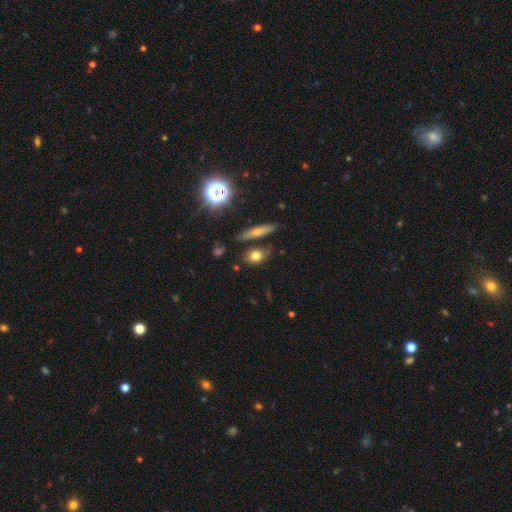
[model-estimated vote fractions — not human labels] Morphology: type=smooth (73%); roundness=in between (48%); merging=none (74%).